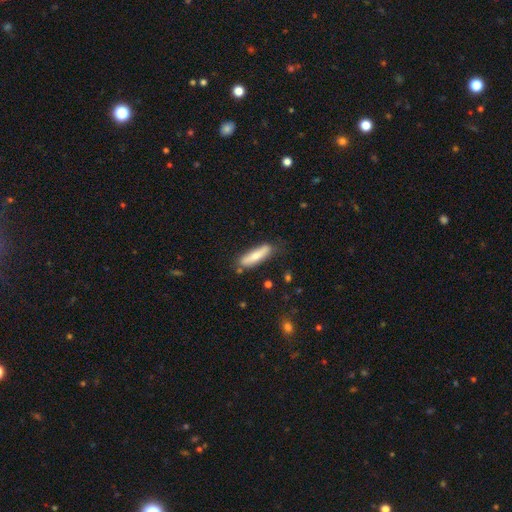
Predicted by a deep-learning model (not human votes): Smooth or featured? Predicted: smooth (p=0.68). How rounded? Predicted: cigar-shaped (p=0.73). Merging? Predicted: none (p=0.75).